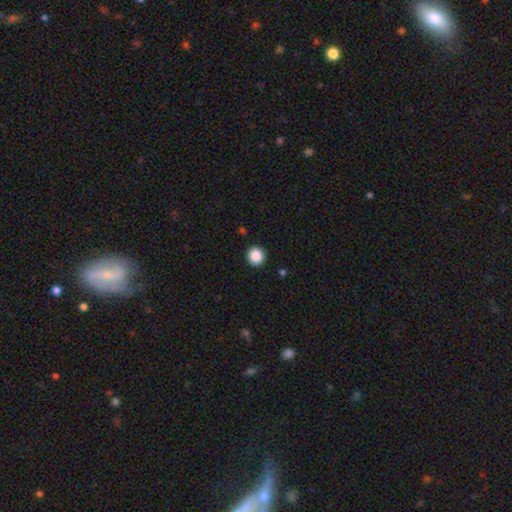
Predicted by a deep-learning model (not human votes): This appears to be a smooth galaxy with no disk features (88%) that is round (94%). Merging: none (93%).